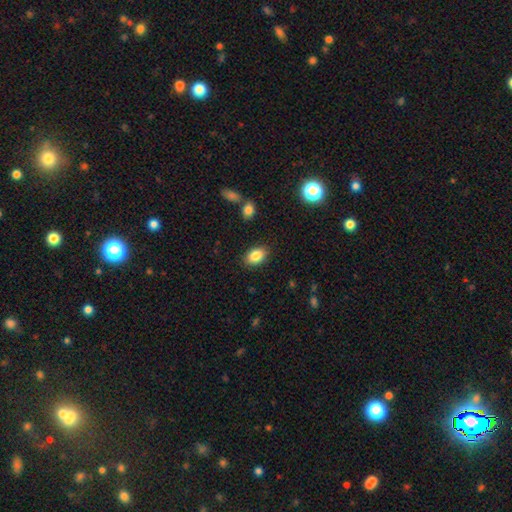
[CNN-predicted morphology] Smooth or featured? smooth (85%)
How rounded? in between (88%)
Merging? none (87%)